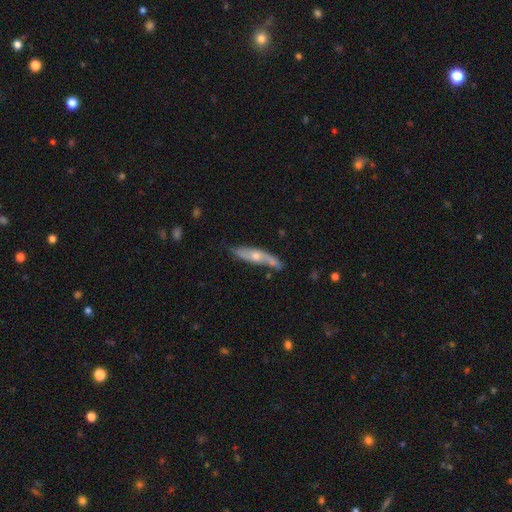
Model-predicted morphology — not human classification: type=featured or disk (56%); edge-on=yes (61%); merging=none (67%).